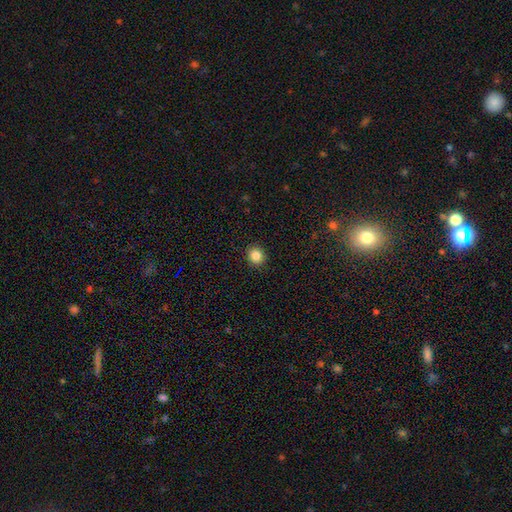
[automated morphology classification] smooth-or-featured: smooth: 86% | star or artifact: 10% | featured or disk: 4%
  how-rounded: round: 86% | in between: 13% | cigar-shaped: 1%
  merging: none: 92% | minor disturbance: 5% | major disturbance: 2% | merger: 1%